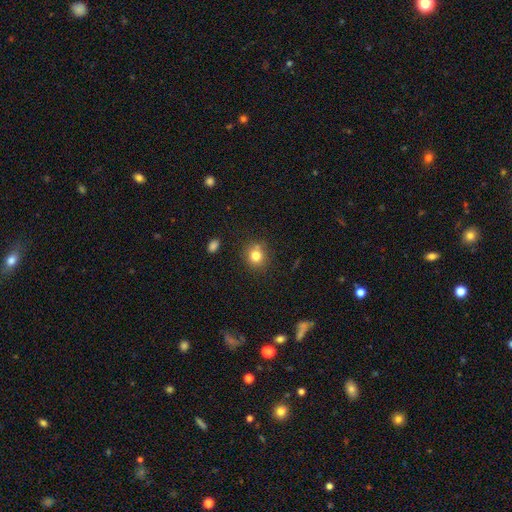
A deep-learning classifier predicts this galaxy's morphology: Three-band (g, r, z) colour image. It shows a smooth galaxy with no disk features (80%) that is round (84%). Merging: none (80%).